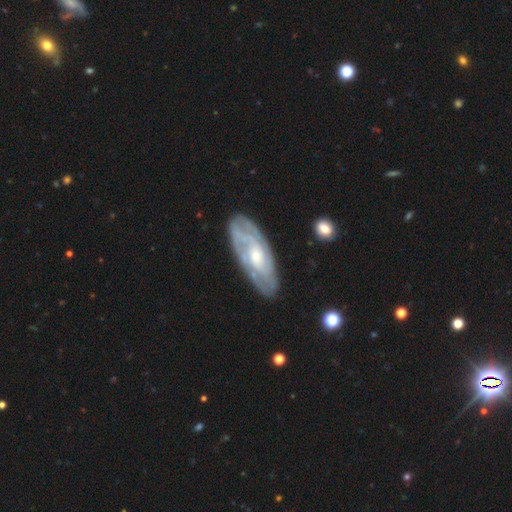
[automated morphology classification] This is likely a featured or disk galaxy (78%). It is clearly not viewed edge-on (89%). Bar: likely no (61%). Spiral arm pattern: clearly yes (90%). Spiral arm count: possibly can't tell (49%). Spiral winding: likely tight (62%). Central bulge: possibly small (49%). Merging: likely none (78%).